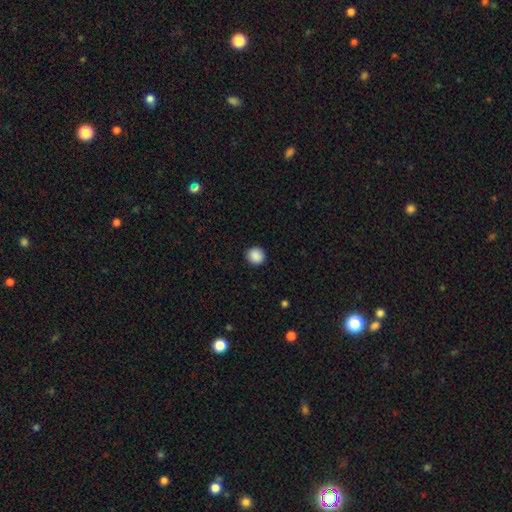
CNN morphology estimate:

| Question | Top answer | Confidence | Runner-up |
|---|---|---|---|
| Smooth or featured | smooth | 89% | star or artifact (9%) |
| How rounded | round | 94% | in between (5%) |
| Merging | none | 92% | minor disturbance (5%) |